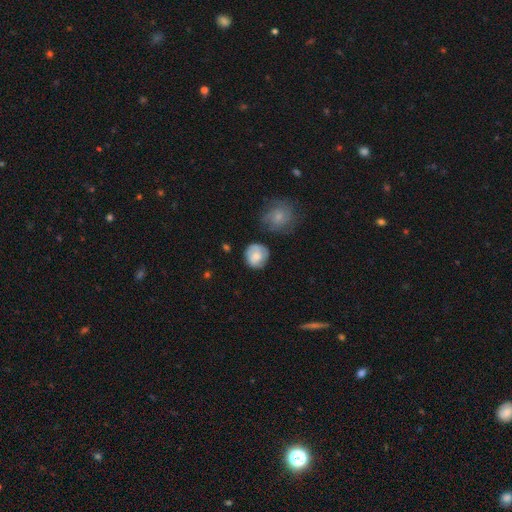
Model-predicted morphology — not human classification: Overall: smooth (68%). How rounded: round (88%). Merging: none (69%).